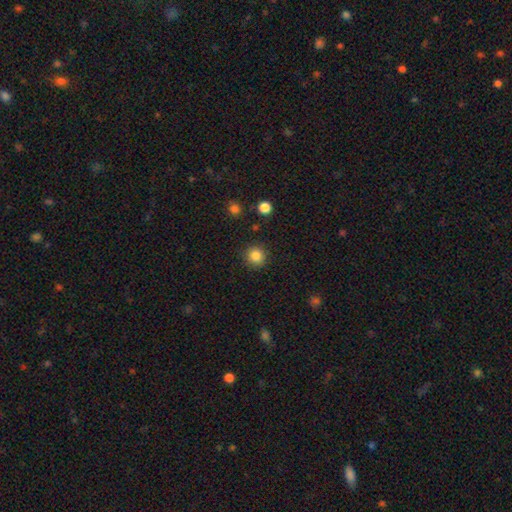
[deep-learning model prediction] smooth_or_featured: smooth (p=0.85) [alt: star or artifact p=0.11]
how_rounded: round (p=0.92) [alt: in between p=0.07]
merging: none (p=0.90) [alt: minor disturbance p=0.06]